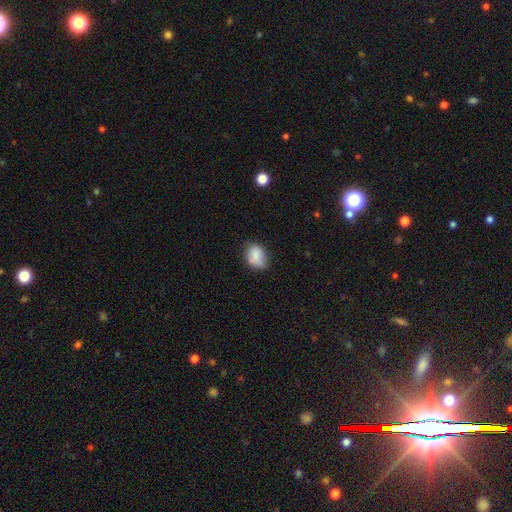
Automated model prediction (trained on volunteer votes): A smooth galaxy with no disk features (82%) that is in between round and cigar-shaped (68%). Merging: none (58%).